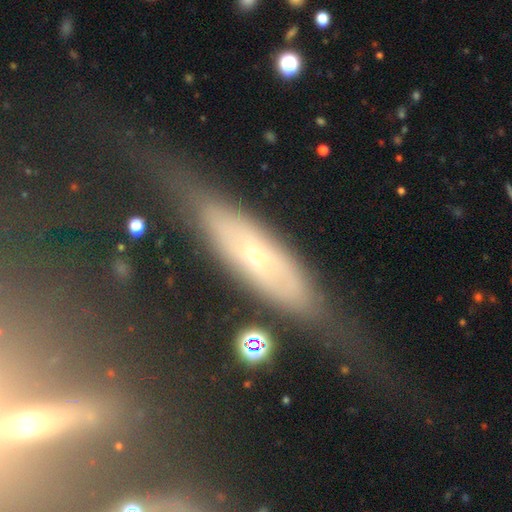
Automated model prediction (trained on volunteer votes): The model was most divided on "edge-on disk": yes: 53%, no: 47%. More confident: merging — none (59%); smooth or featured — featured or disk (55%).